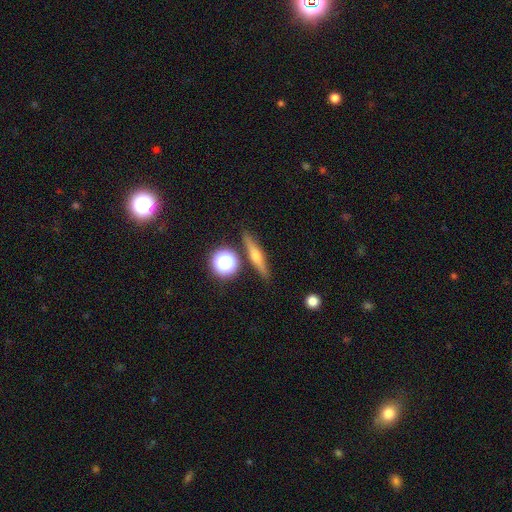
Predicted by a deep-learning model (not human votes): Smooth or featured? Predicted: featured or disk (p=0.55). Edge-on disk? Predicted: yes (p=0.94). Edge-on bulge? Predicted: rounded (p=0.88). Merging? Predicted: none (p=0.87).